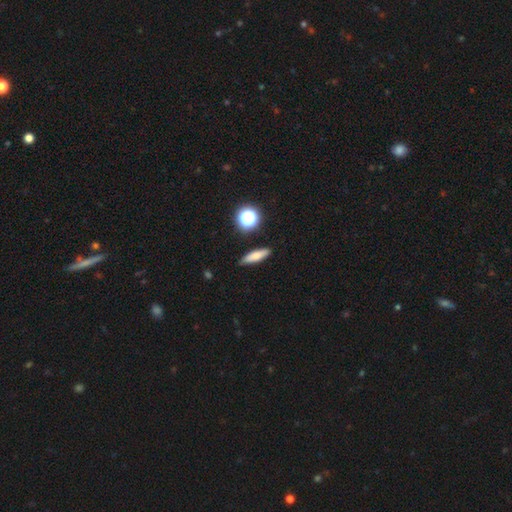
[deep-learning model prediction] Smooth or featured? smooth (72%)
How rounded? cigar-shaped (58%)
Merging? none (87%)